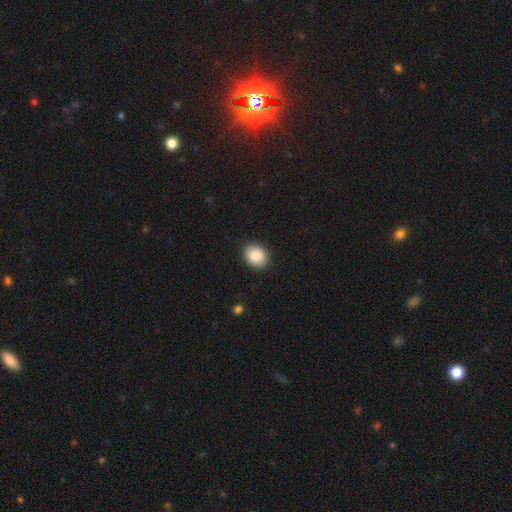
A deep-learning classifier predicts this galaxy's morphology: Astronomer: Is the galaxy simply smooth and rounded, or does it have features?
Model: smooth — 88%.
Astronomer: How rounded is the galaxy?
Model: in between — 56% (runner-up: round, 43%).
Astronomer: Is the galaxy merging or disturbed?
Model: none — 89%.